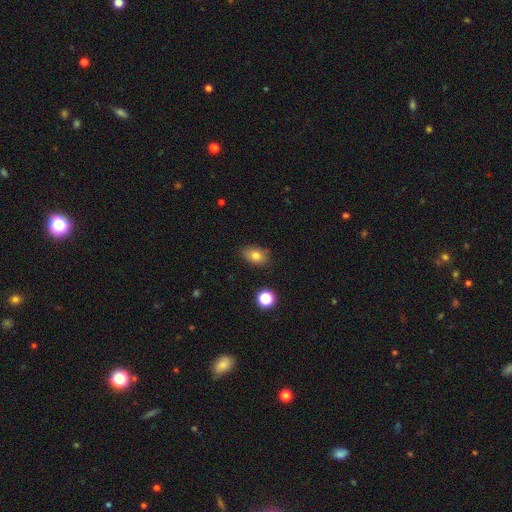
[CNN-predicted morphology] type=smooth (78%); roundness=in between (80%); merging=none (83%).